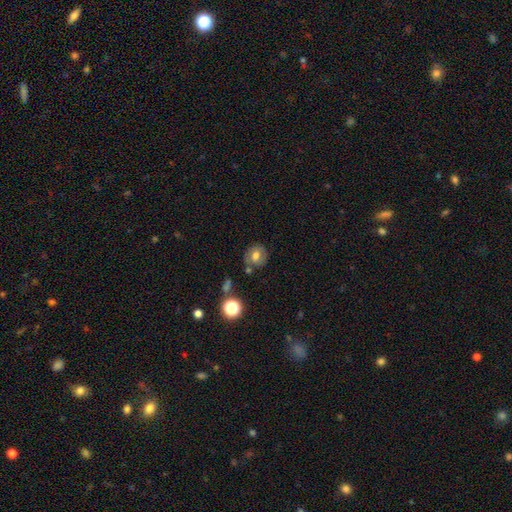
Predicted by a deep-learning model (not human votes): This appears to be a smooth galaxy with no disk features (64%) that is round (79%). Merging: none (74%).